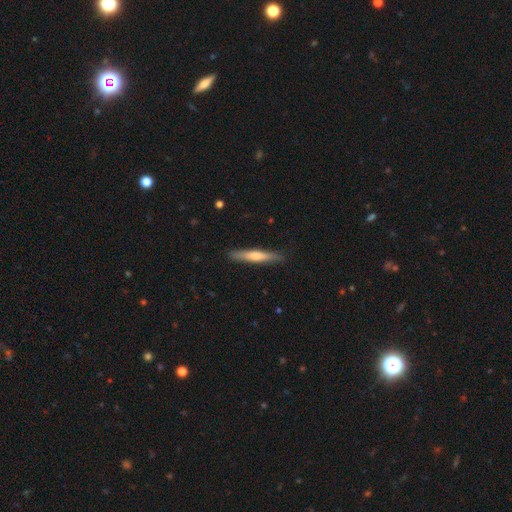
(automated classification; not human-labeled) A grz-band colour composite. It shows a smooth galaxy with no disk features (49%). Merging: none (89%).